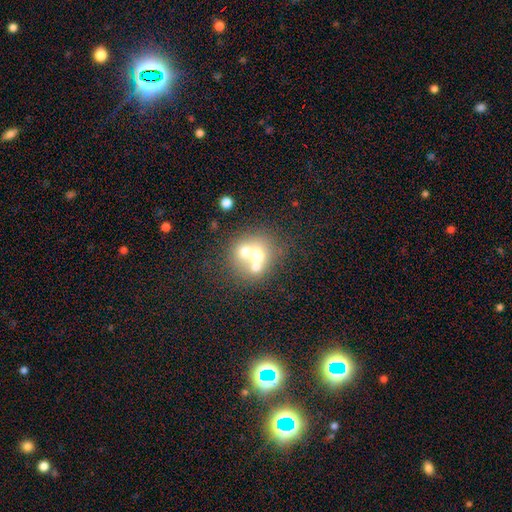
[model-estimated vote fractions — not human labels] smooth_or_featured: smooth (p=0.55) [alt: featured or disk p=0.32]
how_rounded: round (p=0.78) [alt: in between p=0.21]
merging: merger (p=0.63) [alt: none p=0.27]